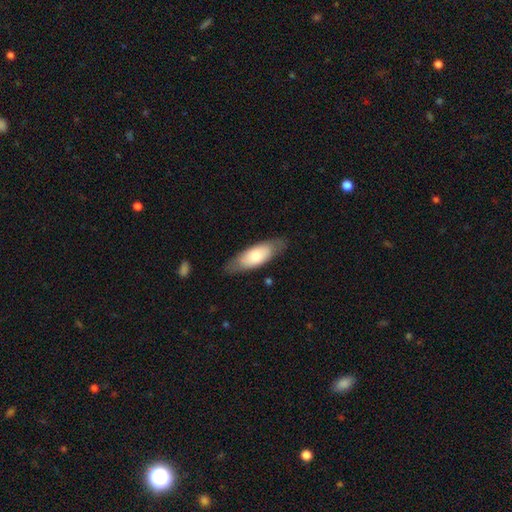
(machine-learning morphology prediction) The model was most divided on "smooth or featured": smooth: 69%, featured or disk: 25%, star or artifact: 5%. More confident: merging — none (79%); how rounded — in between (73%).